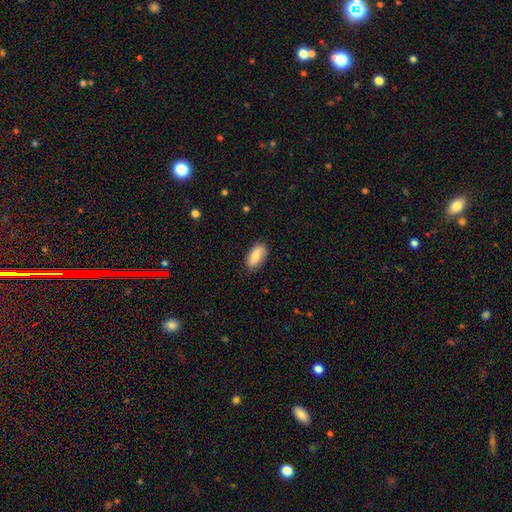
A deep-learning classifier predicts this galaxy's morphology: Smooth or featured? smooth (79%)
How rounded? in between (91%)
Merging? none (85%)